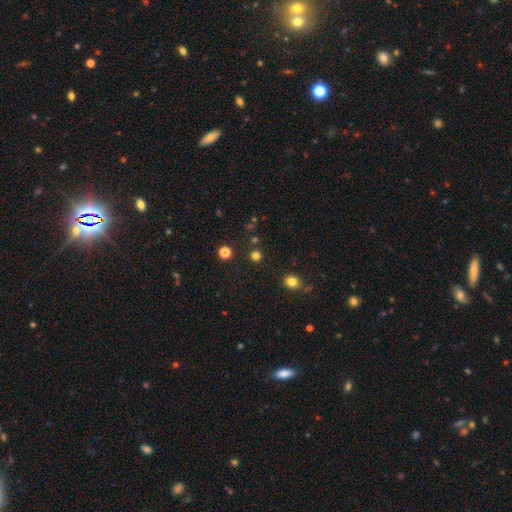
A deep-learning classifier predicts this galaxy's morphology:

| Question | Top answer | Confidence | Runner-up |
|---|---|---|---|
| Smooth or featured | smooth | 75% | star or artifact (21%) |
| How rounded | round | 92% | in between (7%) |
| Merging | none | 87% | minor disturbance (6%) |